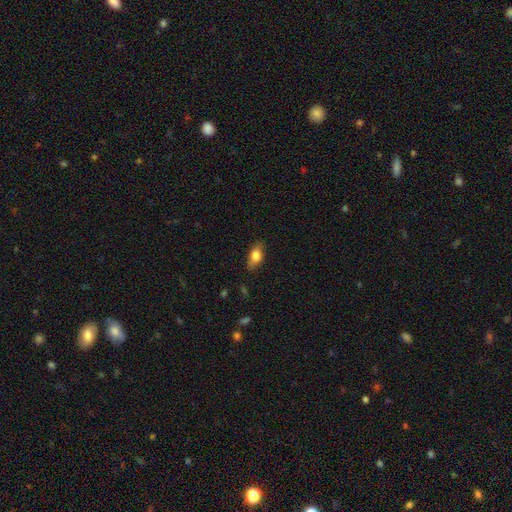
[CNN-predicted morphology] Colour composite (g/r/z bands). It shows a smooth galaxy with no disk features (77%) that is in between round and cigar-shaped (83%). Merging: none (81%).